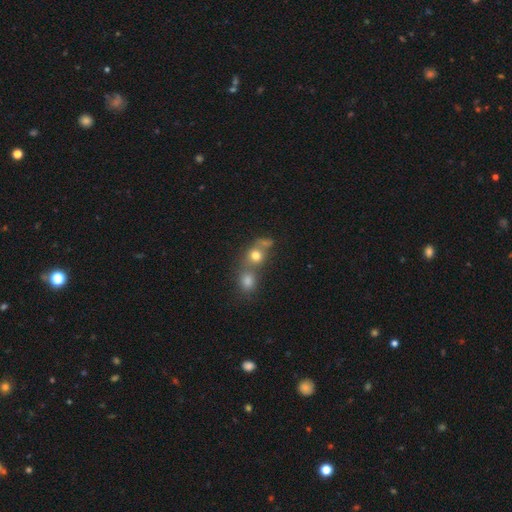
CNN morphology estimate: A smooth galaxy with no disk features (70%) that is round (73%). Merging: merger (53%).